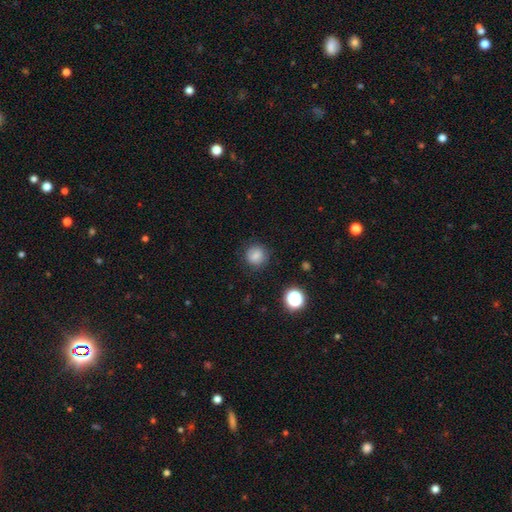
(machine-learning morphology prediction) Smooth or featured? Predicted: smooth (p=0.78). How rounded? Predicted: round (p=0.90). Merging? Predicted: none (p=0.84).